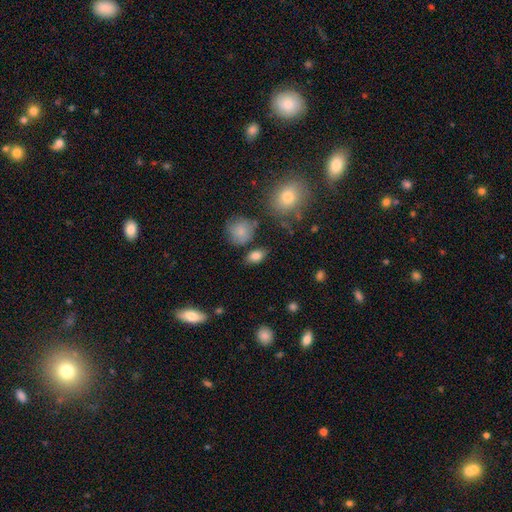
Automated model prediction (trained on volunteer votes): Smooth or featured?
  - smooth: 82% *
  - star or artifact: 10%
  - featured or disk: 8%
How rounded?
  - in between: 81% *
  - round: 16%
  - cigar-shaped: 3%
Merging?
  - none: 78% *
  - minor disturbance: 12%
  - merger: 6%
  - major disturbance: 4%